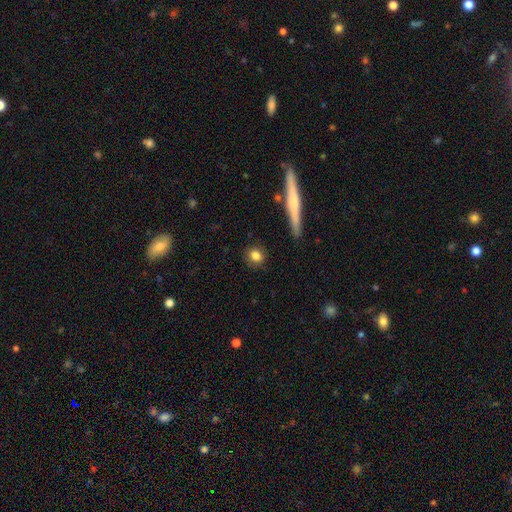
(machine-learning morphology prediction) Q: Smooth or featured?
A: smooth (83%); runner-up: featured or disk (9%)
Q: How rounded?
A: round (65%); runner-up: in between (30%)
Q: Merging?
A: none (87%); runner-up: minor disturbance (9%)